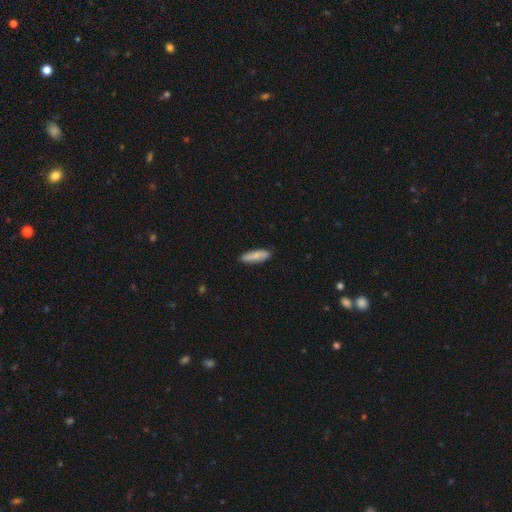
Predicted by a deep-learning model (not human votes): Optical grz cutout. It shows a smooth galaxy with no disk features (76%) that is cigar-shaped (49%, tied with in between). Merging: none (87%).